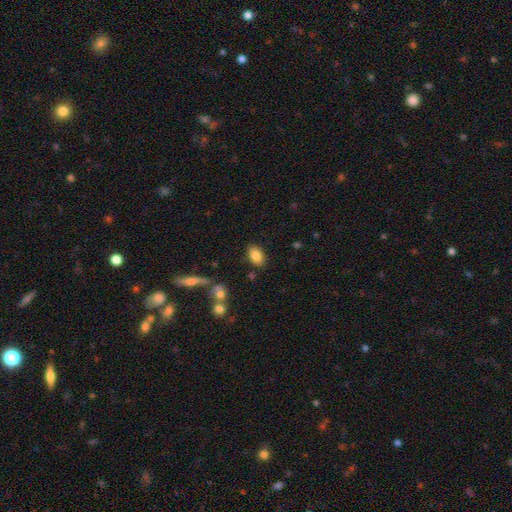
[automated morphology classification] The model was most divided on "merging": none: 83%, minor disturbance: 11%, merger: 3%, major disturbance: 3%. More confident: how rounded — in between (89%); smooth or featured — smooth (84%).